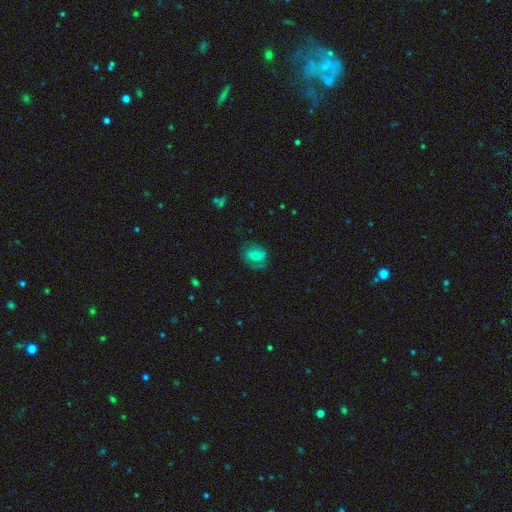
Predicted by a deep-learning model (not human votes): Overall: smooth (57%; featured or disk 35%). How rounded: in between (61%; round 37%). Merging: none (62%).